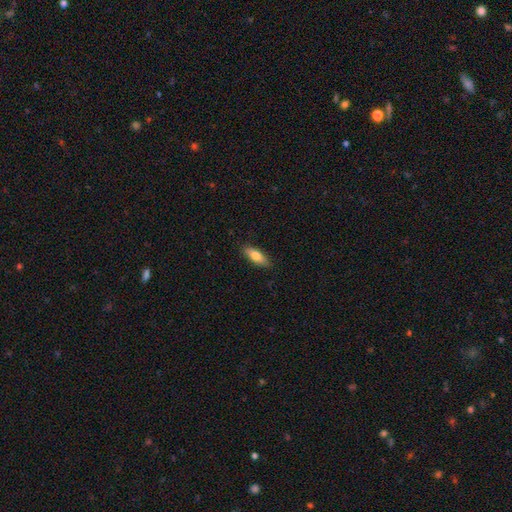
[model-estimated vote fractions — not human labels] Smooth or featured? Predicted: smooth (p=0.77). How rounded? Predicted: in between (p=0.61). Merging? Predicted: none (p=0.87).